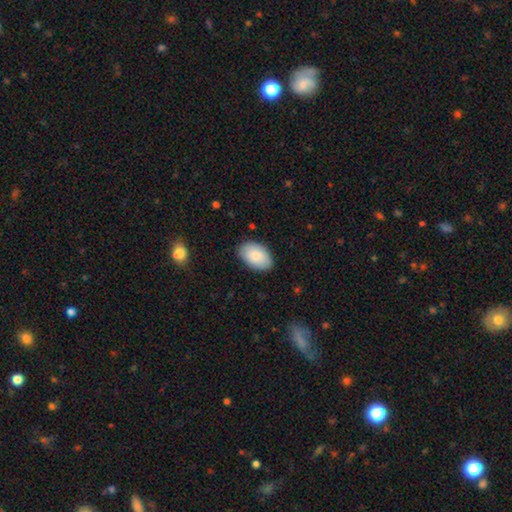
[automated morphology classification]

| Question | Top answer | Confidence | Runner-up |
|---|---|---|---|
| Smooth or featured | smooth | 87% | featured or disk (8%) |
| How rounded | in between | 93% | round (6%) |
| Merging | none | 85% | minor disturbance (12%) |